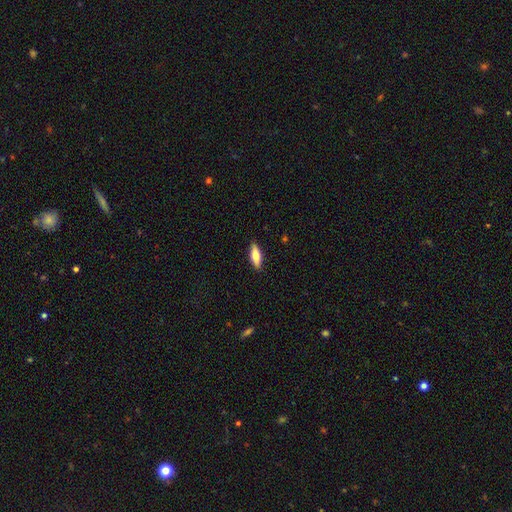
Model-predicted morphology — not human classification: smooth-or-featured: smooth: 67% | featured or disk: 27% | star or artifact: 6%
  how-rounded: in between: 59% | cigar-shaped: 38% | round: 2%
  merging: none: 89% | minor disturbance: 8% | major disturbance: 2% | merger: 1%